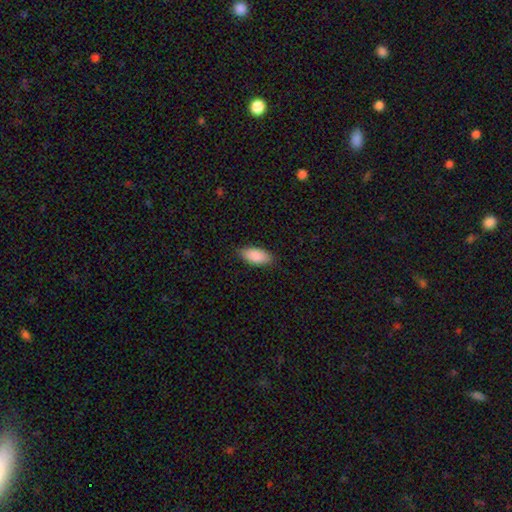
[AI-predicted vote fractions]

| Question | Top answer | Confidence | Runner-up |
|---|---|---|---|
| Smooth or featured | smooth | 89% | star or artifact (6%) |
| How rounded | in between | 91% | cigar-shaped (7%) |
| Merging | none | 84% | minor disturbance (13%) |